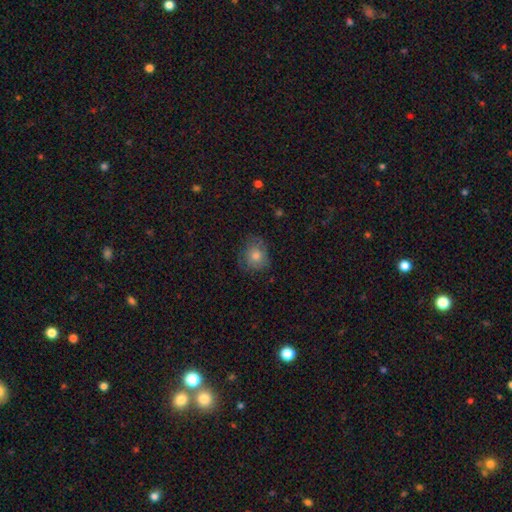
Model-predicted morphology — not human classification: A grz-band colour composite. It shows a smooth galaxy with no disk features (70%) that is round (77%). Merging: none (70%).